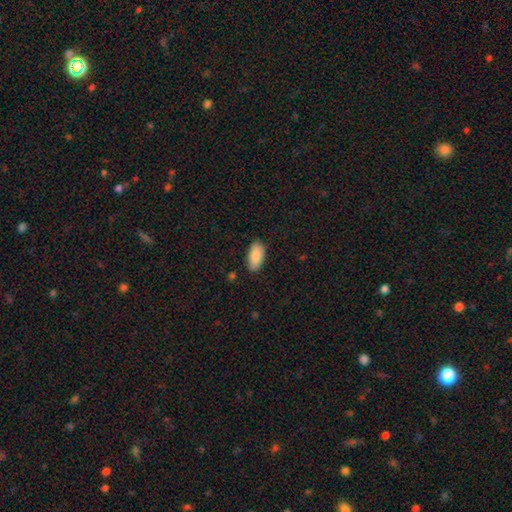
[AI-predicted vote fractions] smooth_or_featured: smooth (p=0.88) [alt: star or artifact p=0.06]
how_rounded: in between (p=0.93) [alt: cigar-shaped p=0.05]
merging: none (p=0.85) [alt: minor disturbance p=0.11]